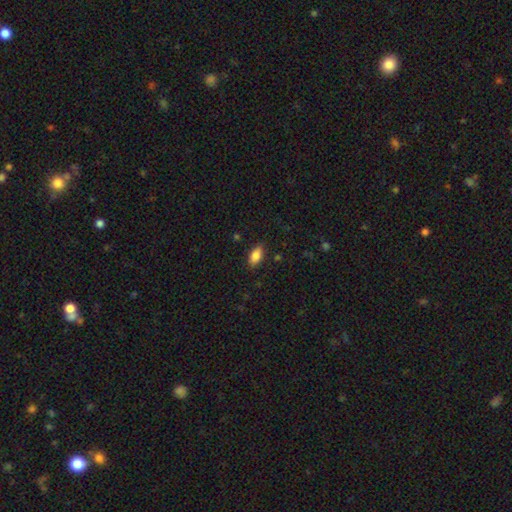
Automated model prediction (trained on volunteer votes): This is clearly a smooth galaxy (85%). How rounded: clearly in between (90%). Merging: clearly none (85%).